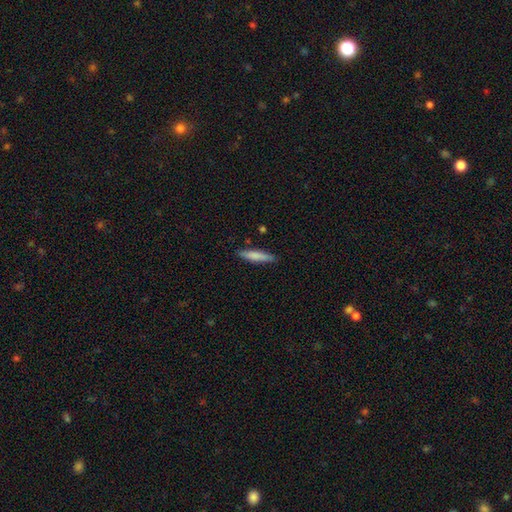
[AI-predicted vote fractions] Morphology: type=smooth (78%); roundness=cigar-shaped (84%); merging=none (86%).